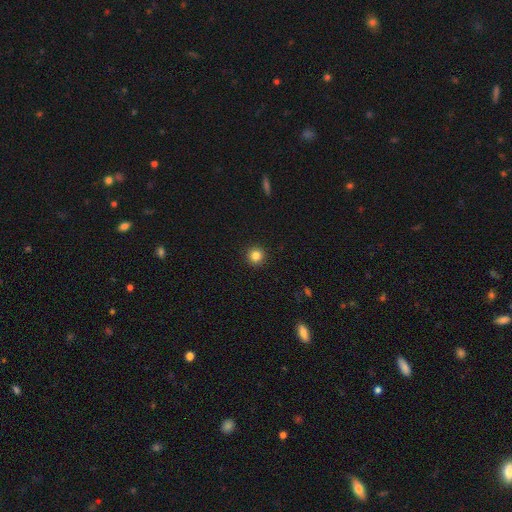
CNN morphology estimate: This is clearly a smooth galaxy (84%). How rounded: clearly round (95%). Merging: clearly none (93%).